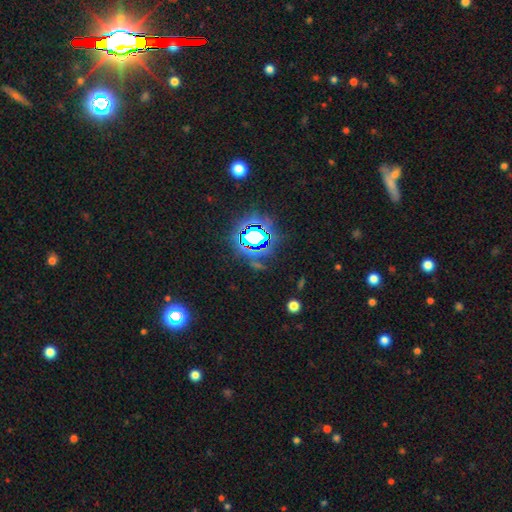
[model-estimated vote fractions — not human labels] smooth_or_featured: star or artifact (p=0.82) [alt: smooth p=0.11]